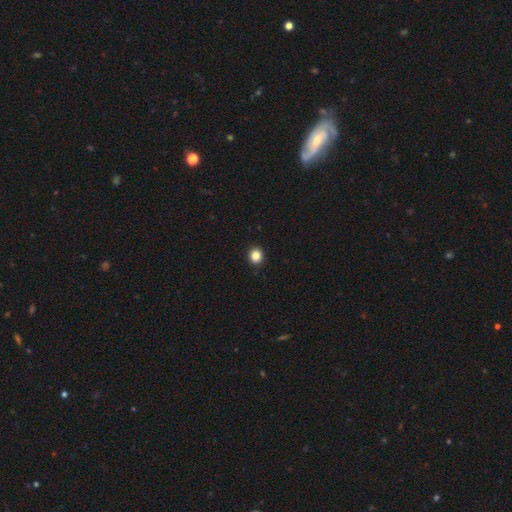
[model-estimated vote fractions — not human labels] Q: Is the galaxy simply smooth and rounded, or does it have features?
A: smooth — 86%.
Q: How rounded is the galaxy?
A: round — 80%.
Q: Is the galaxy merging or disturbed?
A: none — 92%.